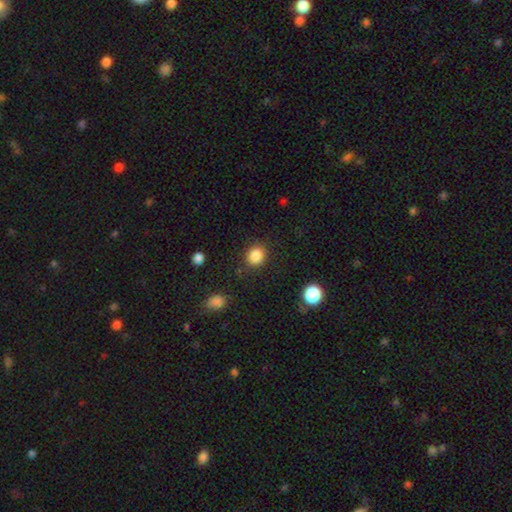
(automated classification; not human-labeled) Overall: smooth (86%). How rounded: round (72%). Merging: none (85%).